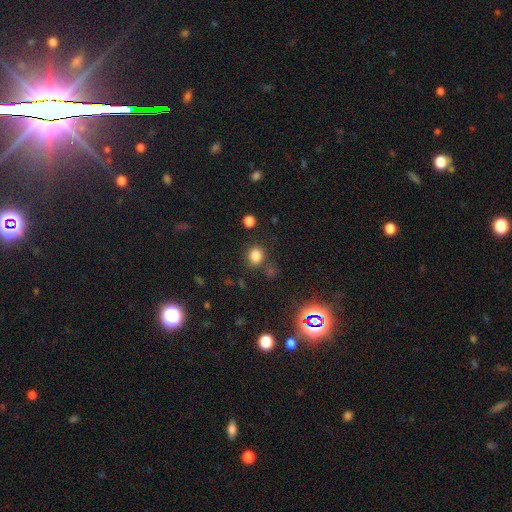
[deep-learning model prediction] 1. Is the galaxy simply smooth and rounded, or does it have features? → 80% smooth, 15% star or artifact, 5% featured or disk.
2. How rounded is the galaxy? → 67% round, 32% in between, 1% cigar-shaped.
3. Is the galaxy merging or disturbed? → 78% none, 12% minor disturbance, 6% merger, 5% major disturbance.